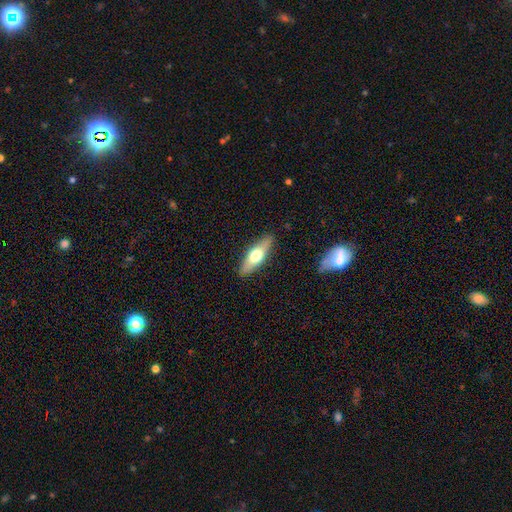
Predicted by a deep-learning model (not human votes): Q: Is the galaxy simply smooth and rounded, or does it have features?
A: smooth — 51%.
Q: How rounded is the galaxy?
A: in between — 49%.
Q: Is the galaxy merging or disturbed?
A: none — 88%.